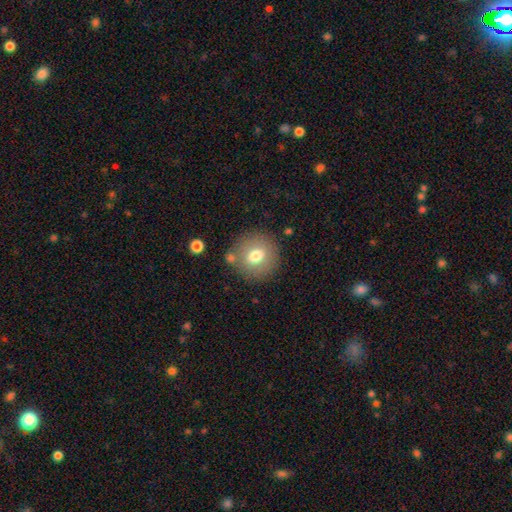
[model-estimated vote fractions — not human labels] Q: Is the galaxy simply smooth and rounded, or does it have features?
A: smooth — 71%.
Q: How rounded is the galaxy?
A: round — 90%.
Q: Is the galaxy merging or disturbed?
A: none — 80%.